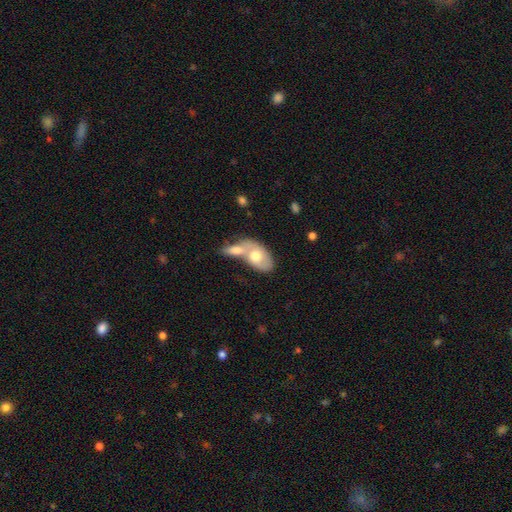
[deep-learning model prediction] A smooth galaxy with no disk features (61%) that is in between round and cigar-shaped (89%). Merging: merger (64%).